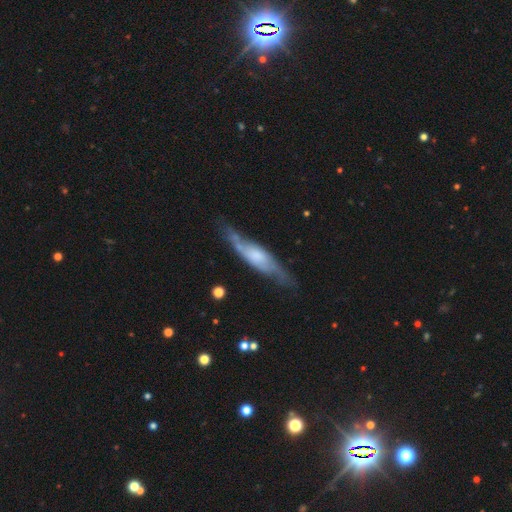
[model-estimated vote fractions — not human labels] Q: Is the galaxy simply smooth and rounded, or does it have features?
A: featured or disk — 68%.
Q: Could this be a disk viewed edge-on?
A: no — 50%, tied with yes.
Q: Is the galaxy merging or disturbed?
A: none — 65%.